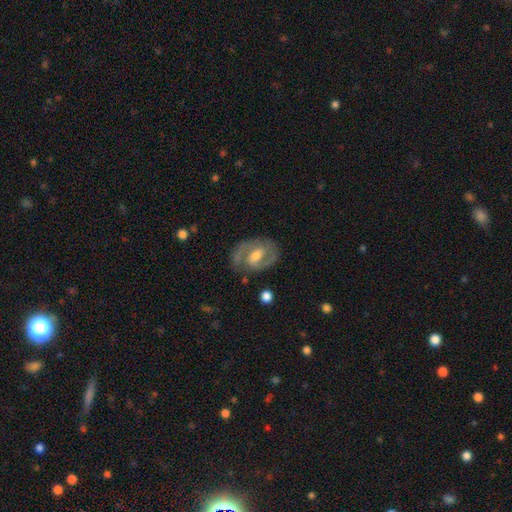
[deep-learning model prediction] Smooth or featured? Predicted: featured or disk (p=0.77). Edge-on disk? Predicted: no (p=0.96). Bar? Predicted: weak (p=0.47). Spiral arms? Predicted: yes (p=0.83). Spiral winding? Predicted: medium (p=0.49). Spiral arm count? Predicted: 2 (p=0.82). Bulge size? Predicted: moderate (p=0.61). Merging? Predicted: none (p=0.75).